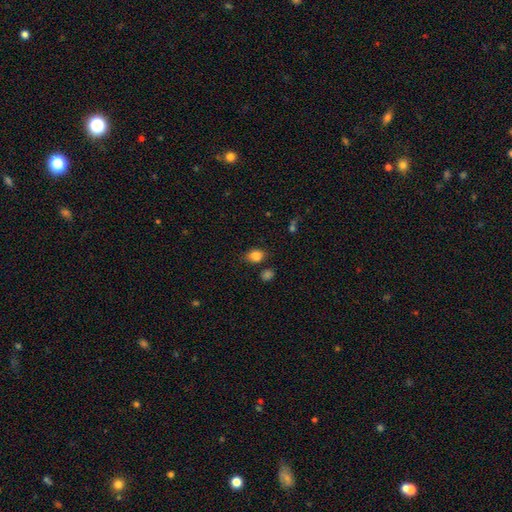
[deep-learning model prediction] This appears to be a smooth galaxy with no disk features (84%) that is in between round and cigar-shaped (60%). Merging: none (73%).